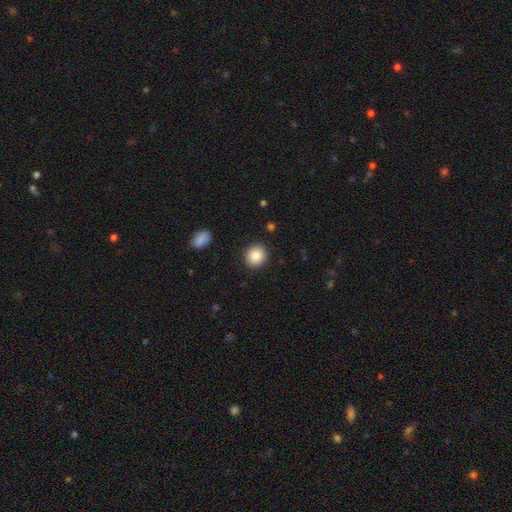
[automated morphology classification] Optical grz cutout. It shows a smooth galaxy with no disk features (88%) that is round (85%). Merging: none (90%).